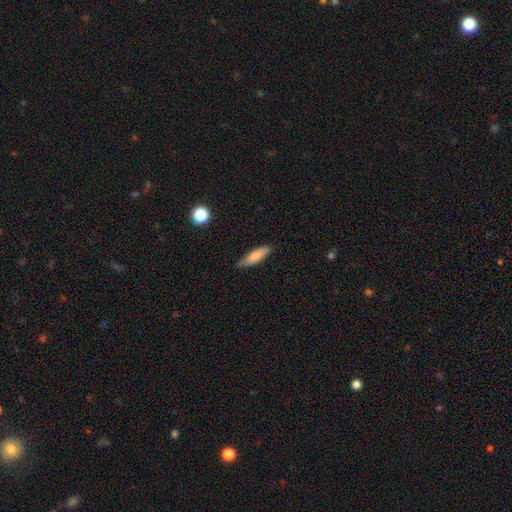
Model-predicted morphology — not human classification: This is clearly a smooth galaxy (80%). How rounded: likely cigar-shaped (62%). Merging: likely none (80%).